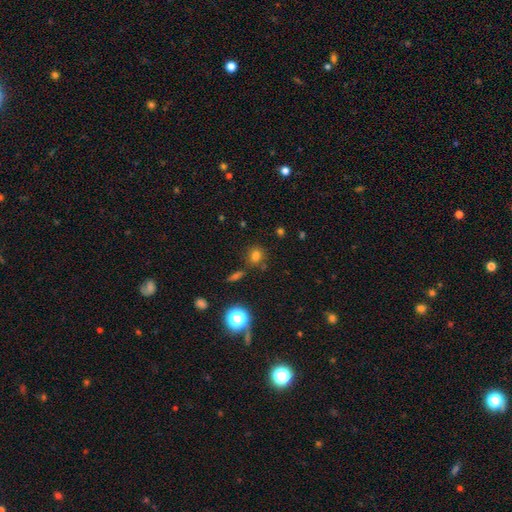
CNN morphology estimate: Overall: smooth (73%). How rounded: round (70%). Merging: none (75%).